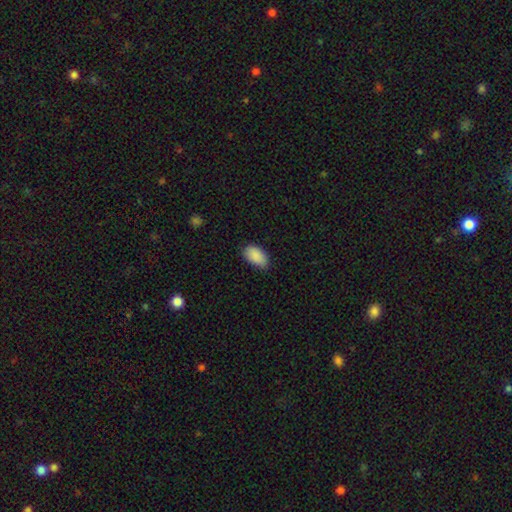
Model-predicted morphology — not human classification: This appears to be a smooth galaxy with no disk features (89%) that is in between round and cigar-shaped (94%). Merging: none (78%).